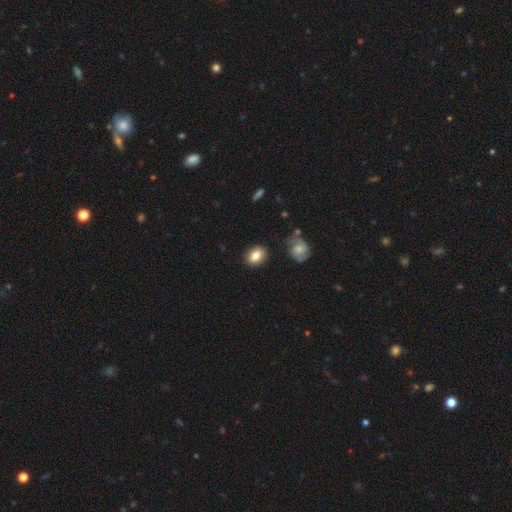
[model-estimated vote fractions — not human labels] This is clearly a smooth galaxy (82%). How rounded: possibly in between (59%). Merging: clearly none (85%).